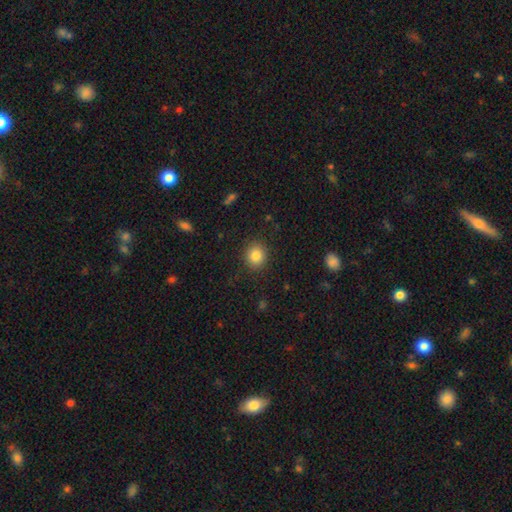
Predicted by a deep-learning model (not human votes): Overall: smooth (84%). How rounded: round (82%). Merging: none (89%).